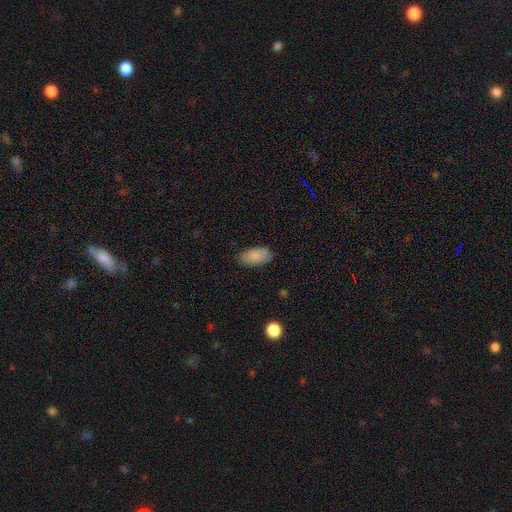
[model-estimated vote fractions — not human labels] smooth 84%, featured or disk 9%, star or artifact 7%. Down the decision tree: how rounded — in between (93%); merging — none (80%).